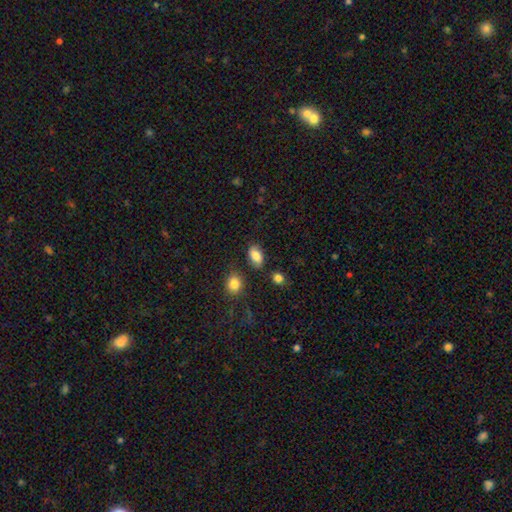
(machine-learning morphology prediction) The model was most divided on "merging": none: 78%, minor disturbance: 14%, merger: 4%, major disturbance: 4%. More confident: how rounded — in between (89%); smooth or featured — smooth (84%).